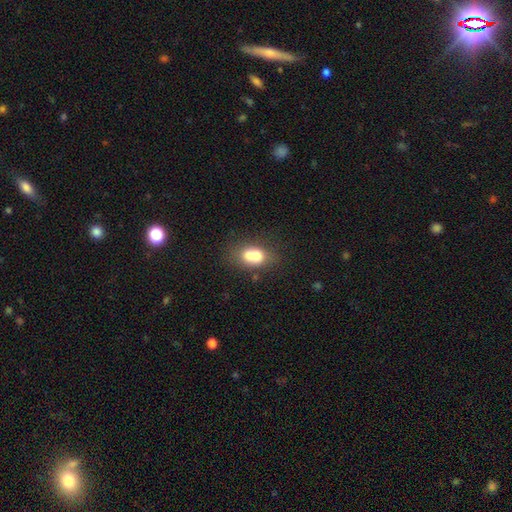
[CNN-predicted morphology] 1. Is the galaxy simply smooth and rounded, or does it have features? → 67% smooth, 23% featured or disk, 10% star or artifact.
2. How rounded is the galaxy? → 52% in between, 47% round, 2% cigar-shaped.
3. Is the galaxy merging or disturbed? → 58% merger, 29% none, 8% minor disturbance, 4% major disturbance.